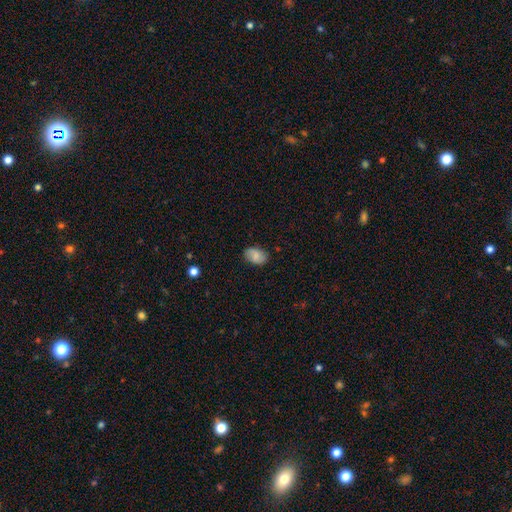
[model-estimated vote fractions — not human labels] The model was most divided on "smooth or featured": smooth: 77%, featured or disk: 16%, star or artifact: 8%. More confident: how rounded — in between (88%); merging — none (82%).